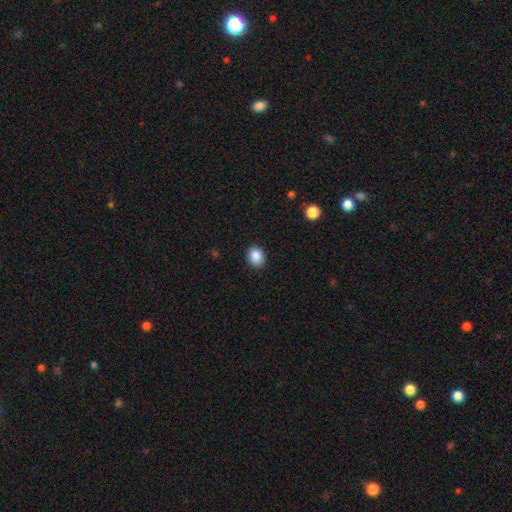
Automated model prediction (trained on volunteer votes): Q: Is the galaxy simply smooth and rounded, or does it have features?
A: smooth — 88%.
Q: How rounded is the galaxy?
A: round — 57%.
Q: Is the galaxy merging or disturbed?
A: none — 89%.